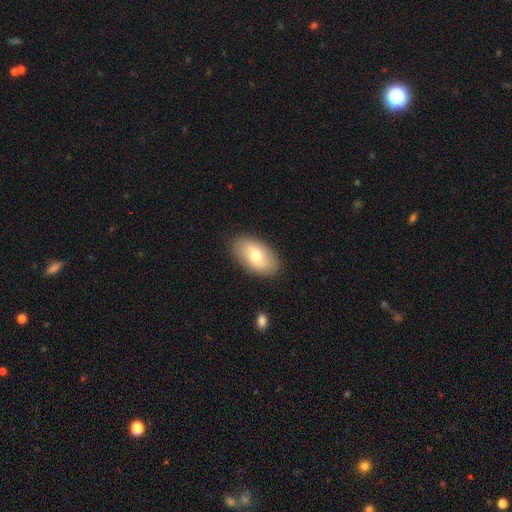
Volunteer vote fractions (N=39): This appears to be a smooth galaxy with no disk features (64%) that is in between round and cigar-shaped (88%). Merging: none (89%).